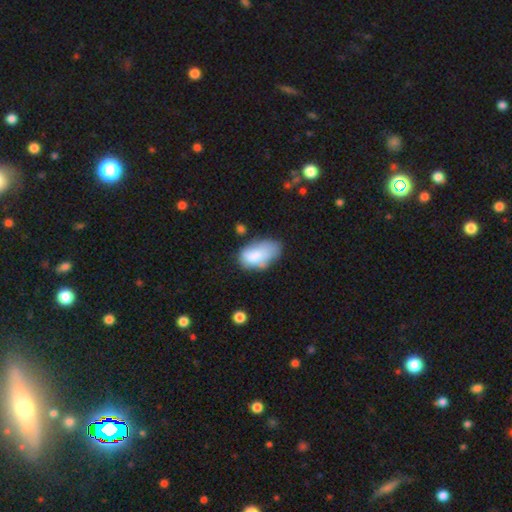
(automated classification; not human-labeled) smooth 77%, featured or disk 16%, star or artifact 7%. Down the decision tree: how rounded — in between (93%); merging — none (41%).